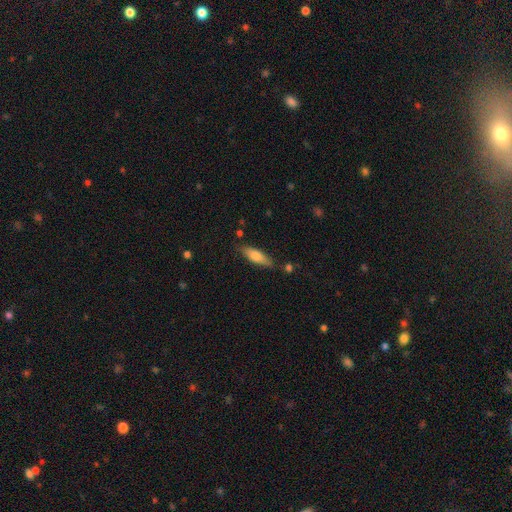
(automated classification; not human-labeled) This appears to be a smooth galaxy with no disk features (69%) that is cigar-shaped (51%). Merging: none (78%).